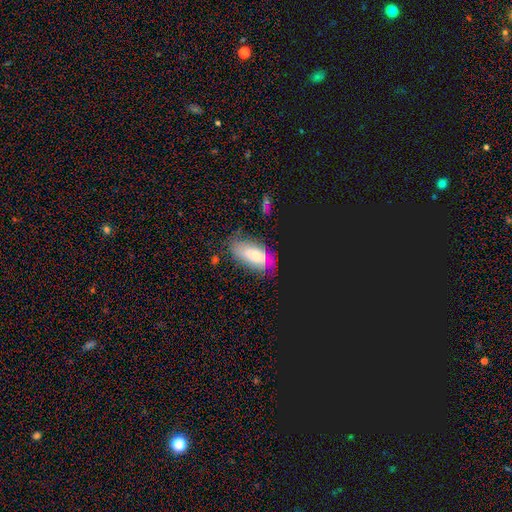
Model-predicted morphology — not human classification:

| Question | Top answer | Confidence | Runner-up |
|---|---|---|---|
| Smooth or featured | smooth | 53% | featured or disk (30%) |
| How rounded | in between | 88% | cigar-shaped (7%) |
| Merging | none | 64% | minor disturbance (23%) |